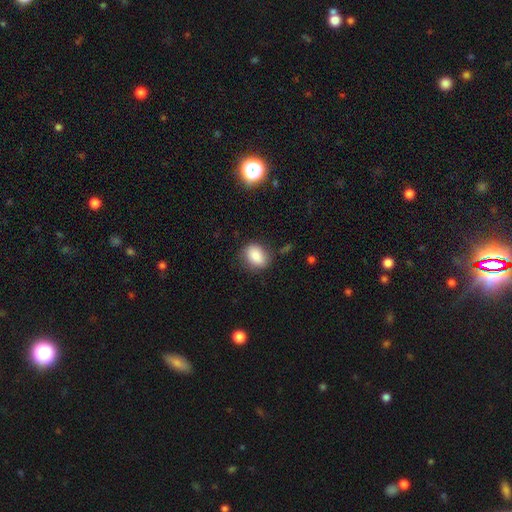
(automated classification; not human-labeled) A smooth galaxy with no disk features (85%) that is in between round and cigar-shaped (68%).

Vote fractions:
- Smooth or featured? smooth: 85% / star or artifact: 8% / featured or disk: 7%
- How rounded? in between: 68% / round: 31% / cigar-shaped: 2%
- Merging? none: 76% / minor disturbance: 17% / major disturbance: 5% / merger: 3%